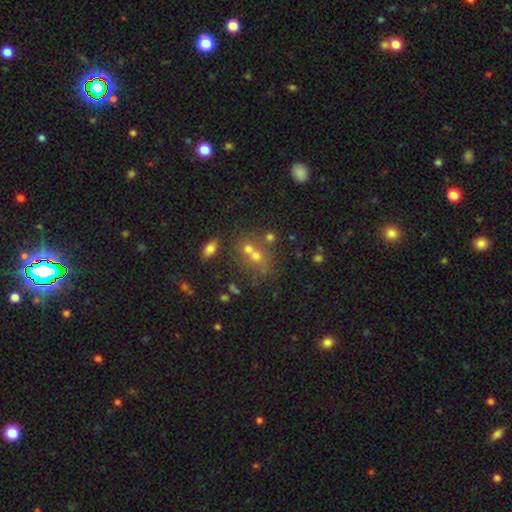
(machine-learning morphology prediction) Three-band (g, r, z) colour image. It shows a smooth galaxy with no disk features (54%) that is round (67%). Merging: merger (48%).